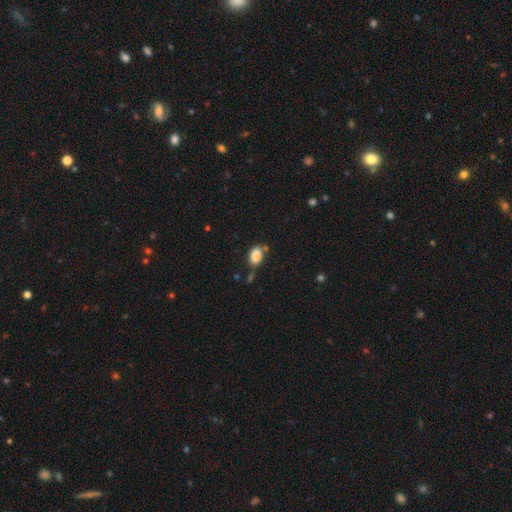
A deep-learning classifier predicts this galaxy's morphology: A smooth galaxy with no disk features (87%) that is in between round and cigar-shaped (87%). Merging: none (62%).